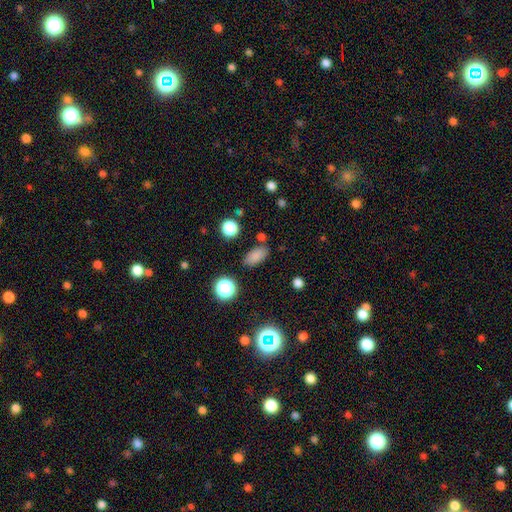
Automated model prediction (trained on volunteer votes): Smooth or featured: smooth — 81% (star or artifact — 13%)
How rounded: in between — 86% (round — 8%)
Merging: none — 80% (minor disturbance — 11%)